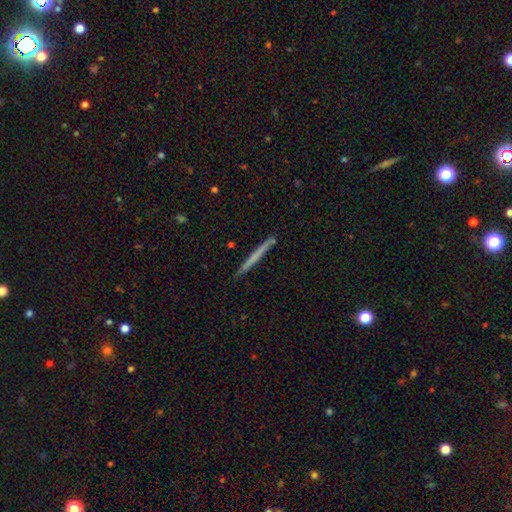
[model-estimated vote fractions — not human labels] Overall: smooth (54%; featured or disk 41%). How rounded: cigar-shaped (97%). Merging: none (91%).